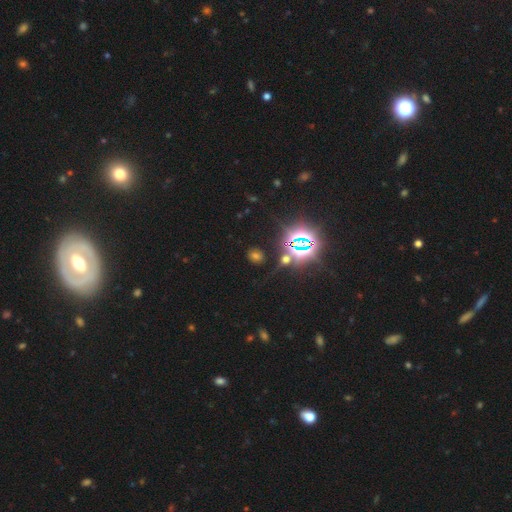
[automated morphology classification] A star or artifact, not a galaxy (57%).

Vote fractions:
- Smooth or featured? star or artifact: 57% / smooth: 35% / featured or disk: 8%